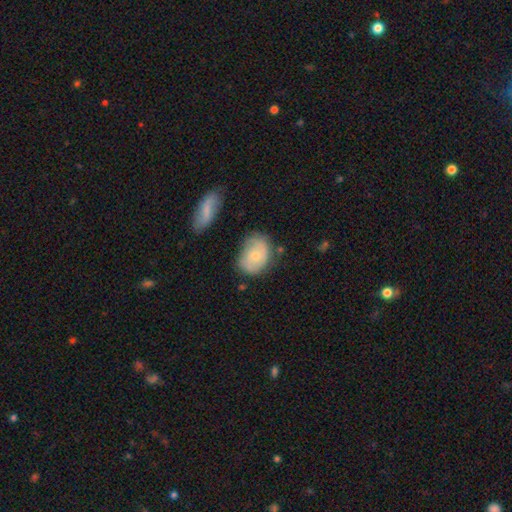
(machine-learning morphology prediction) Q: Smooth or featured?
A: smooth (53%); runner-up: featured or disk (40%)
Q: How rounded?
A: in between (68%); runner-up: round (31%)
Q: Merging?
A: none (61%); runner-up: minor disturbance (27%)